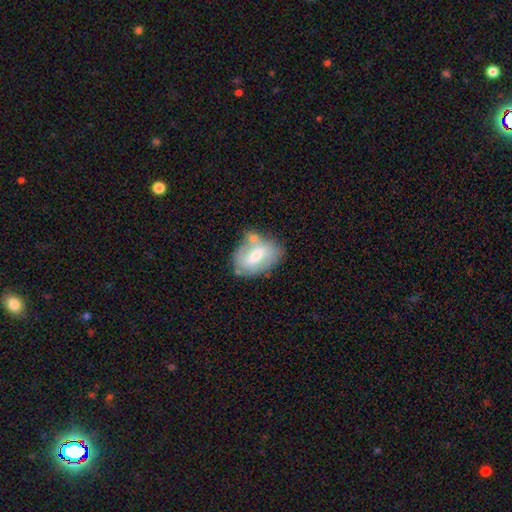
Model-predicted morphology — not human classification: Smooth or featured?
  - smooth: 52% *
  - featured or disk: 41%
  - star or artifact: 7%
How rounded?
  - in between: 83% *
  - round: 15%
  - cigar-shaped: 2%
Merging?
  - none: 51% *
  - minor disturbance: 24%
  - merger: 16%
  - major disturbance: 9%